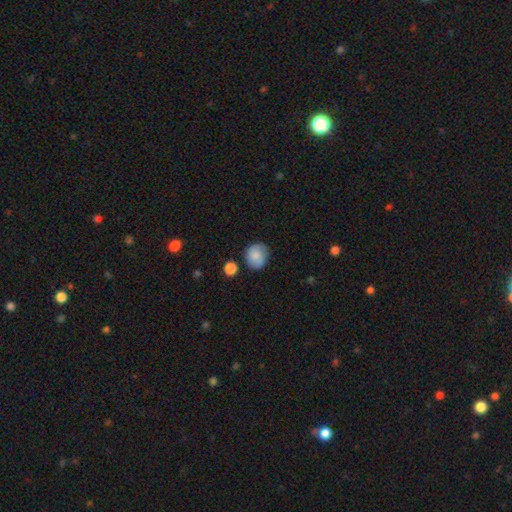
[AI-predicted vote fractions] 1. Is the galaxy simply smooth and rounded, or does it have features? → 77% smooth, 15% featured or disk, 8% star or artifact.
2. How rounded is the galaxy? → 71% round, 28% in between, 1% cigar-shaped.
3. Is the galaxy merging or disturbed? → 73% none, 19% minor disturbance, 4% major disturbance, 4% merger.